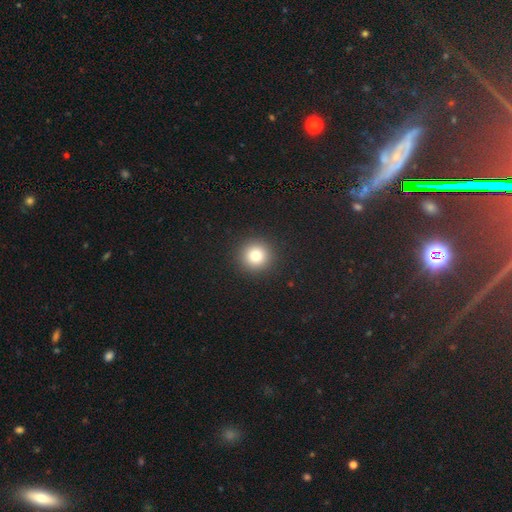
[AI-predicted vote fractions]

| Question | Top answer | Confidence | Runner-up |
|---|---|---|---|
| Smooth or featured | smooth | 81% | star or artifact (13%) |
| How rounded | round | 94% | in between (5%) |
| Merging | none | 92% | minor disturbance (5%) |